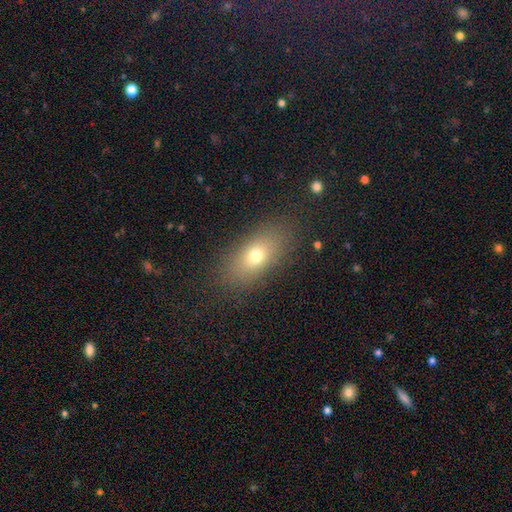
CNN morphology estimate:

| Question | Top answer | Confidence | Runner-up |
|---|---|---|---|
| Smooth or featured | smooth | 70% | featured or disk (18%) |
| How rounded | in between | 77% | cigar-shaped (14%) |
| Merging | none | 84% | minor disturbance (10%) |